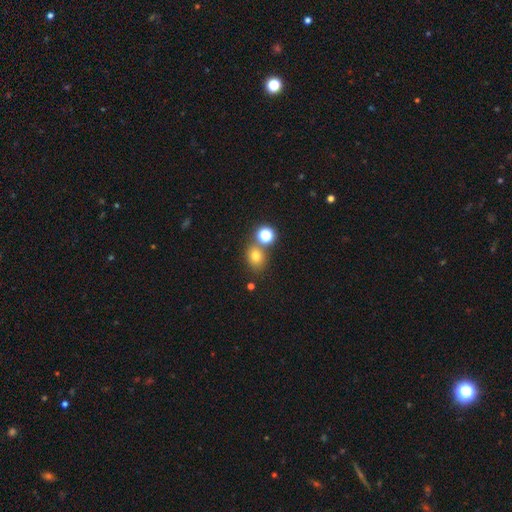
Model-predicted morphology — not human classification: Smooth or featured? Predicted: smooth (p=0.73). How rounded? Predicted: round (p=0.58). Merging? Predicted: none (p=0.66).